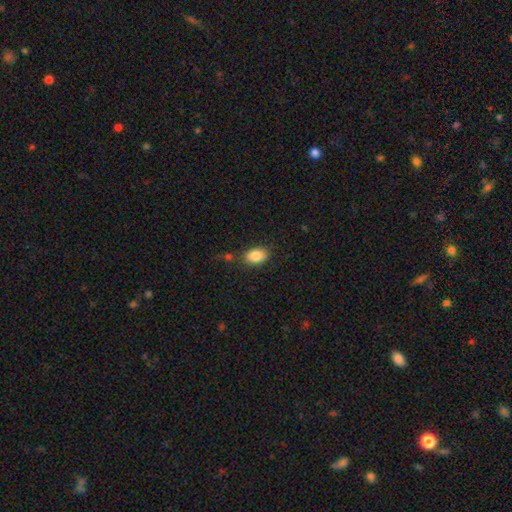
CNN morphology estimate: The model was most divided on "merging": none: 78%, minor disturbance: 13%, merger: 5%, major disturbance: 4%. More confident: smooth or featured — smooth (86%); how rounded — in between (85%).